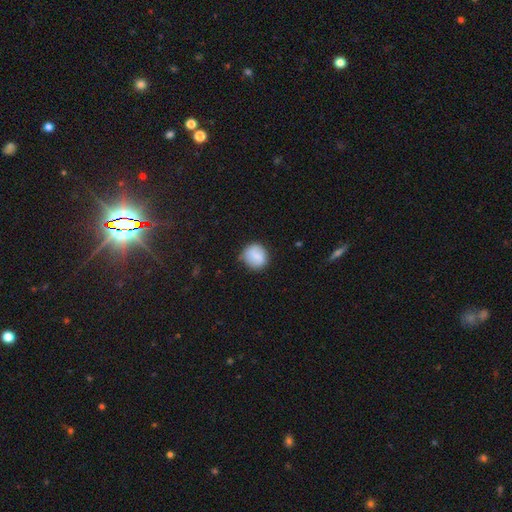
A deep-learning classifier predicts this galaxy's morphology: Smooth or featured? Predicted: smooth (p=0.83). How rounded? Predicted: round (p=0.84). Merging? Predicted: none (p=0.75).